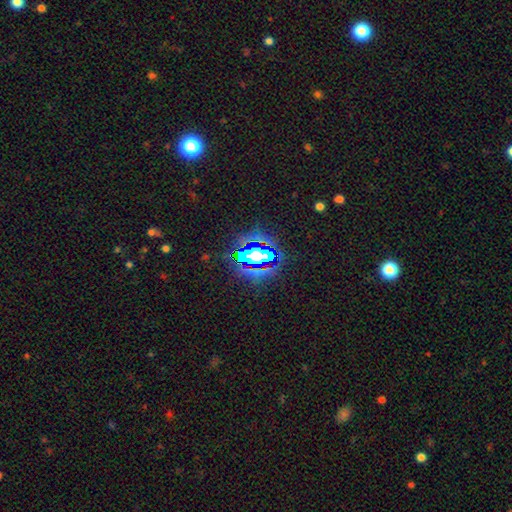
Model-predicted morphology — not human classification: This is likely a star or artifact rather than a galaxy (65%).